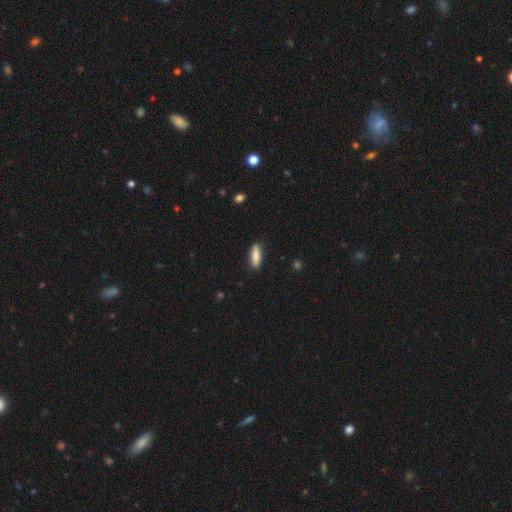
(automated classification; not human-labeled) The model was most divided on "how rounded": in between: 50%, cigar-shaped: 48%, round: 2%. More confident: merging — none (89%); smooth or featured — smooth (87%).